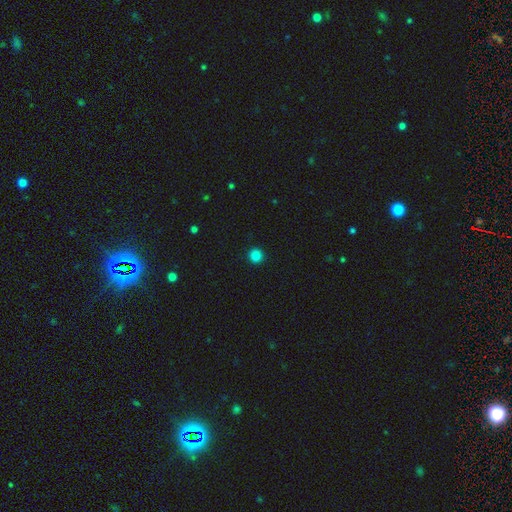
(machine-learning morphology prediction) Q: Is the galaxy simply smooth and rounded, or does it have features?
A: smooth — 85%.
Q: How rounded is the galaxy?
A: round — 95%.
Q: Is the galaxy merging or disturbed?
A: none — 93%.